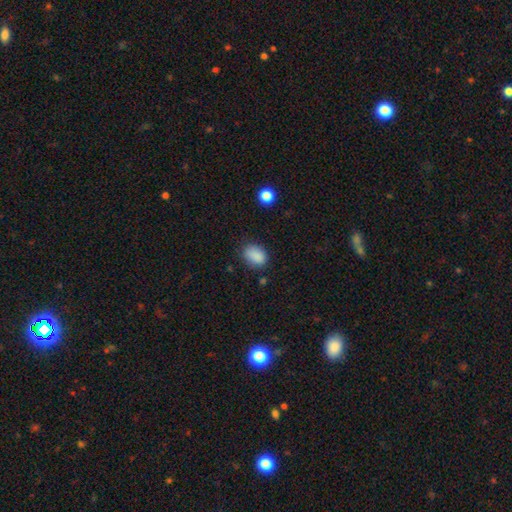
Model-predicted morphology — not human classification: This appears to be a smooth galaxy with no disk features (87%) that is in between round and cigar-shaped (77%). Merging: none (77%).